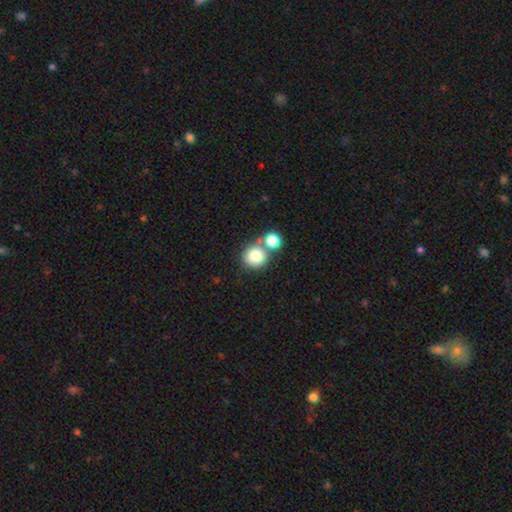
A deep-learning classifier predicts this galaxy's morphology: type=smooth (80%); roundness=round (89%); merging=none (55%).